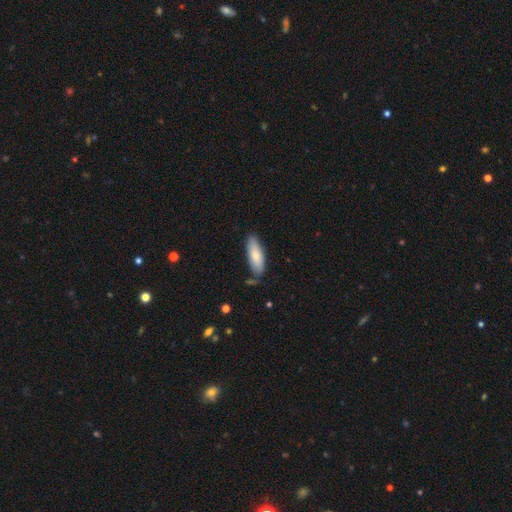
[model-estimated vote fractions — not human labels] Overall: smooth (80%). How rounded: in between (64%; cigar-shaped 35%). Merging: none (77%).